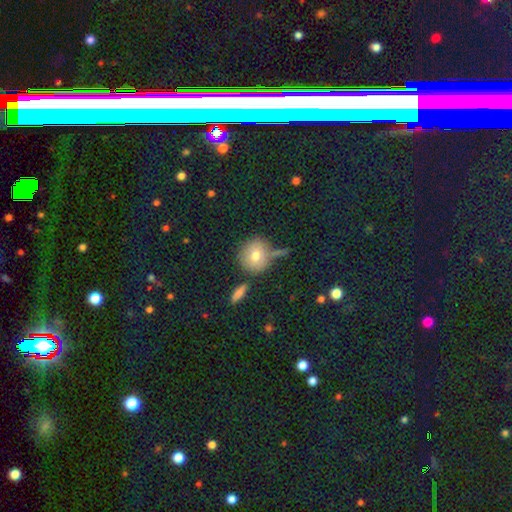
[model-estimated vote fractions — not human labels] This is likely a smooth galaxy (73%). How rounded: clearly round (89%). Merging: likely none (71%).